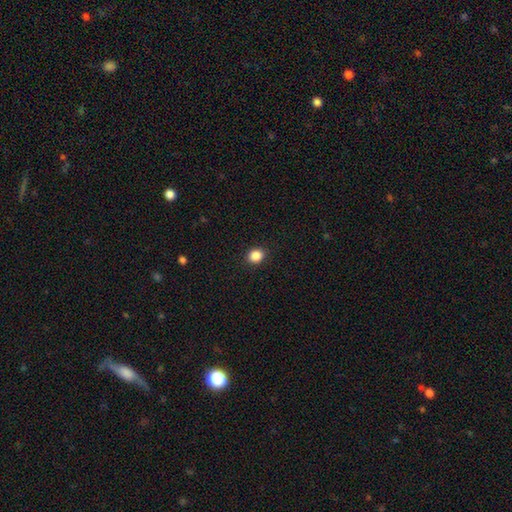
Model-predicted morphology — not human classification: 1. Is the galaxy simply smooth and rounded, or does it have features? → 87% smooth, 10% star or artifact, 3% featured or disk.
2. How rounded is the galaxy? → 73% round, 26% in between, 1% cigar-shaped.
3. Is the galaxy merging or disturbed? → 91% none, 6% minor disturbance, 2% major disturbance, 1% merger.